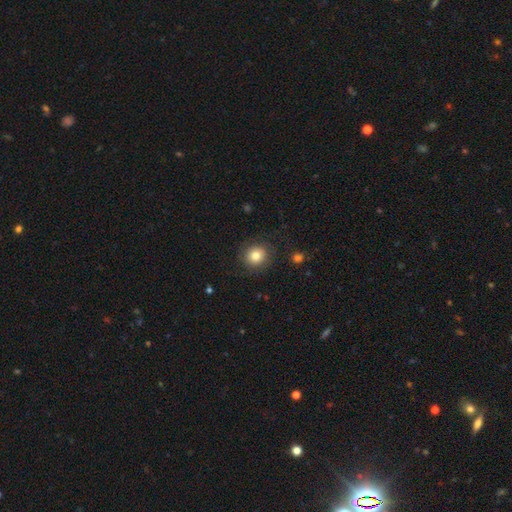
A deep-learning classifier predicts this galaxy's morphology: This appears to be a smooth galaxy with no disk features (79%) that is round (87%). Merging: none (84%).